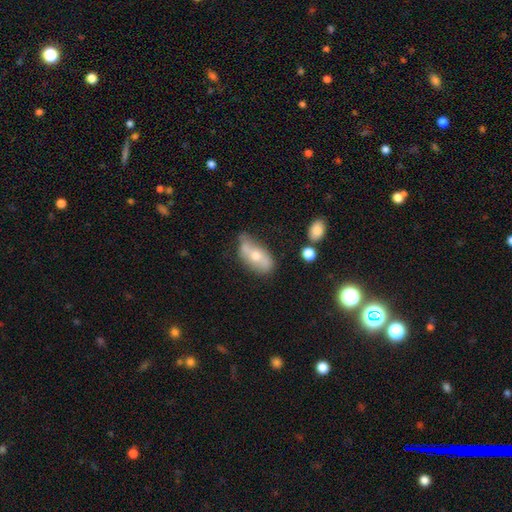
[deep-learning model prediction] Smooth or featured: featured or disk — 47% (smooth — 46%)
Merging: none — 52% (minor disturbance — 30%)